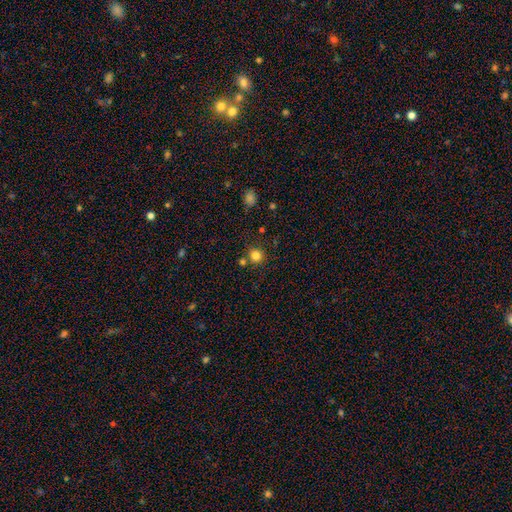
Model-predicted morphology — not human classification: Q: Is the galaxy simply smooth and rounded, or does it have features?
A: smooth — 82%.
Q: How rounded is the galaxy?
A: round — 92%.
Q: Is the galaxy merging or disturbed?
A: none — 79%.